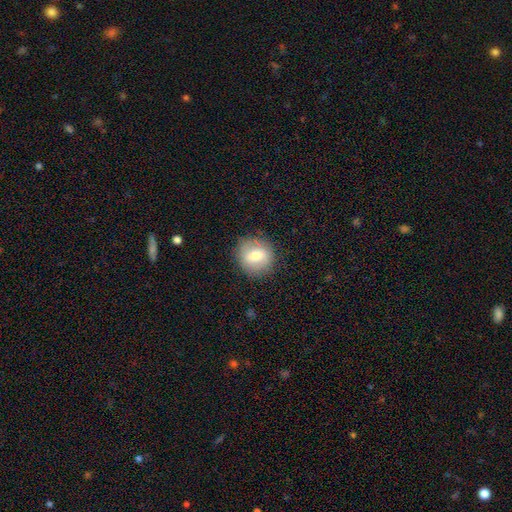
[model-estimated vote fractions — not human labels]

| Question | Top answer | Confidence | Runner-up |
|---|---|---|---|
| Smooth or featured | smooth | 68% | featured or disk (23%) |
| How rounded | round | 88% | in between (11%) |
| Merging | none | 84% | minor disturbance (11%) |